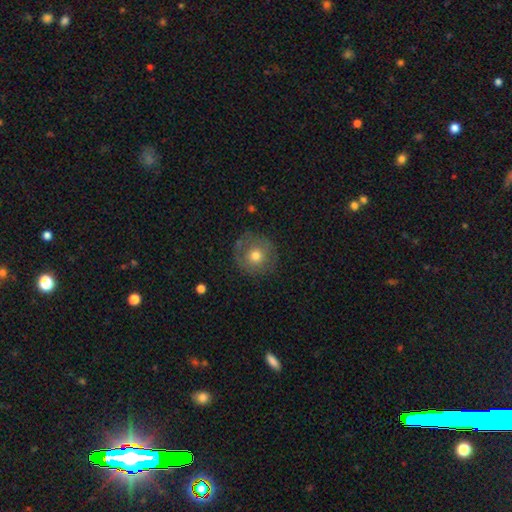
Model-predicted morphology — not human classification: A smooth galaxy with no disk features (63%) that is round (93%). Merging: none (80%).